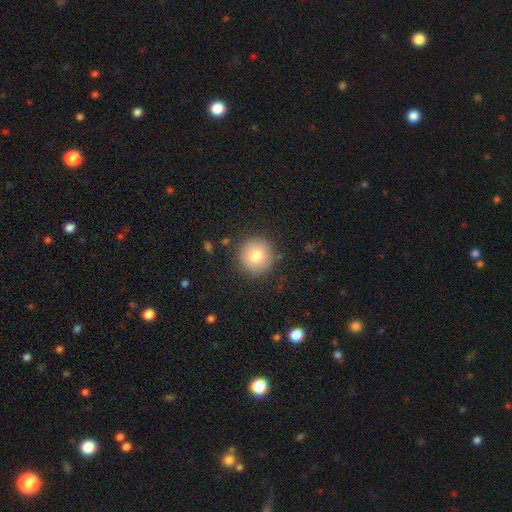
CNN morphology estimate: smooth-or-featured: smooth: 80% | featured or disk: 11% | star or artifact: 9%
  how-rounded: round: 95% | in between: 4% | cigar-shaped: 1%
  merging: none: 89% | minor disturbance: 8% | major disturbance: 2% | merger: 1%